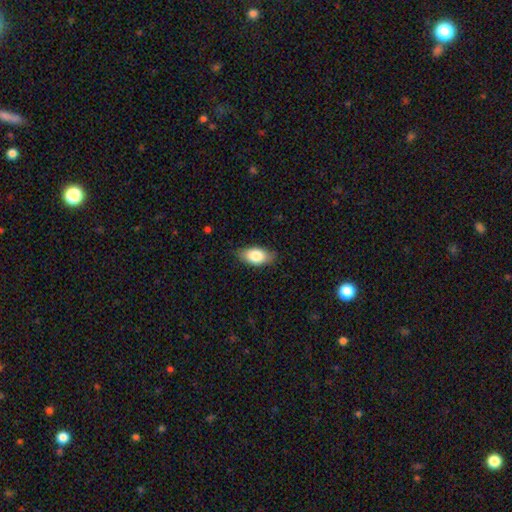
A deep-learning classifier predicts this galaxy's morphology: Smooth or featured? smooth (83%)
How rounded? in between (91%)
Merging? none (81%)